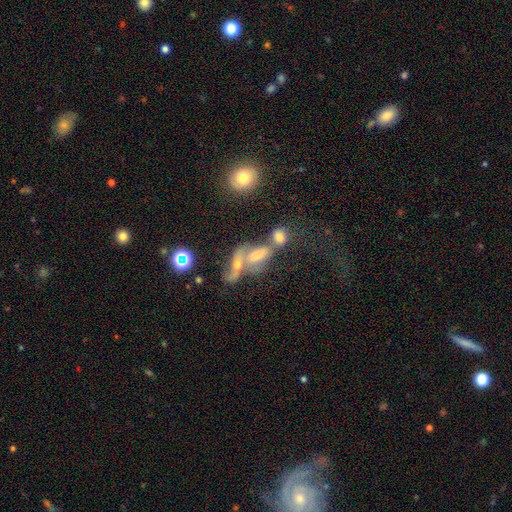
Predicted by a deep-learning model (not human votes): Smooth or featured? featured or disk (47%)
Merging? merger (43%)